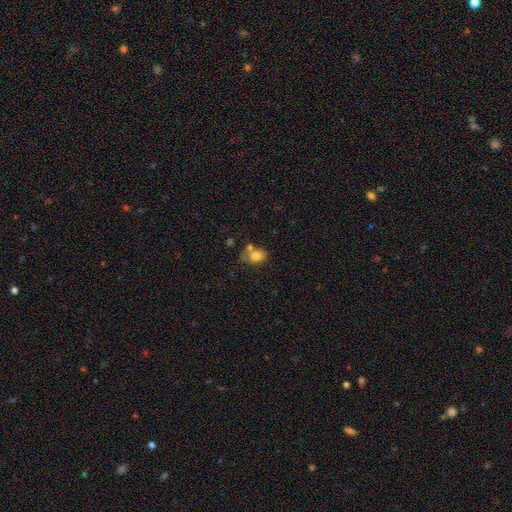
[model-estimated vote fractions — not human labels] Smooth or featured? Predicted: smooth (p=0.76). How rounded? Predicted: in between (p=0.69). Merging? Predicted: none (p=0.40).